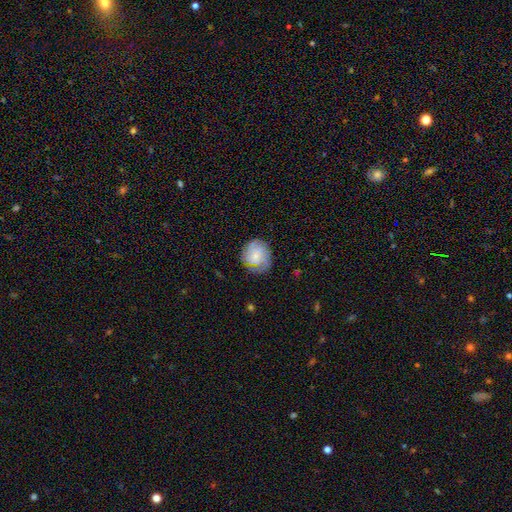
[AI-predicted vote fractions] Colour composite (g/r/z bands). It shows a featured or disk galaxy (50%). Merging: none (73%).